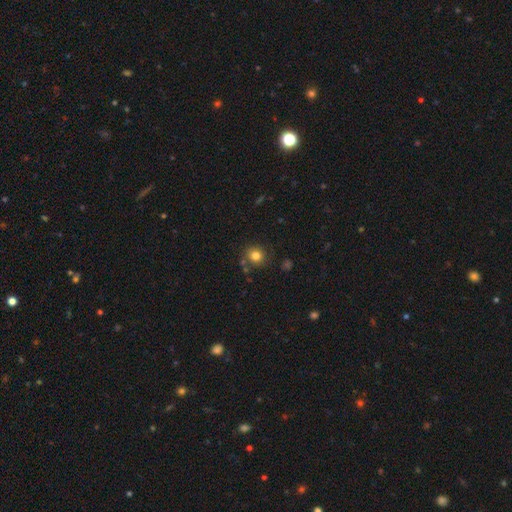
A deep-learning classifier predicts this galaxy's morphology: A smooth galaxy with no disk features (80%) that is round (88%). Merging: none (81%).